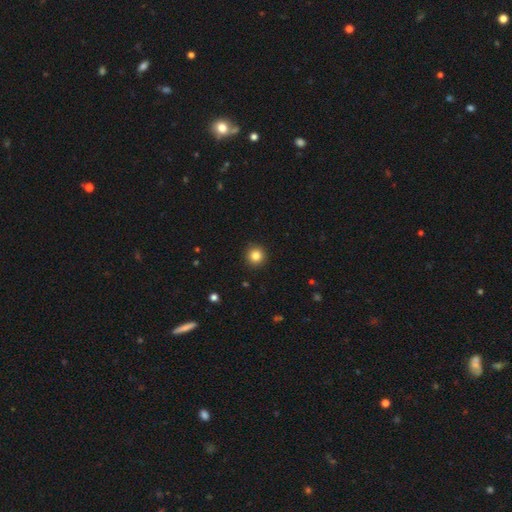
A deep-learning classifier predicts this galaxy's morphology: Smooth or featured?
  - smooth: 84% *
  - star or artifact: 11%
  - featured or disk: 5%
How rounded?
  - round: 95% *
  - in between: 4%
  - cigar-shaped: 1%
Merging?
  - none: 93% *
  - minor disturbance: 5%
  - major disturbance: 2%
  - merger: 1%